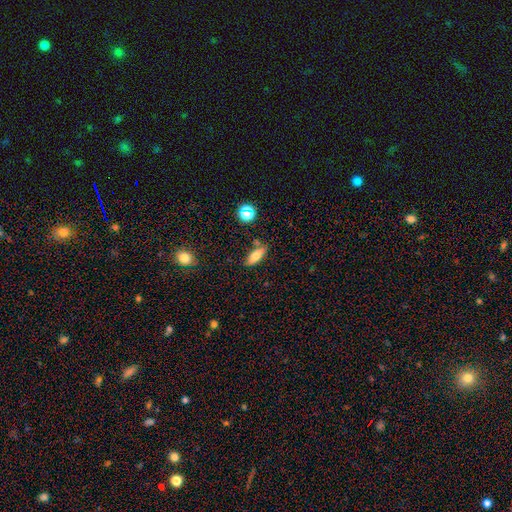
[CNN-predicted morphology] type=smooth (69%); roundness=in between (64%); merging=none (75%).